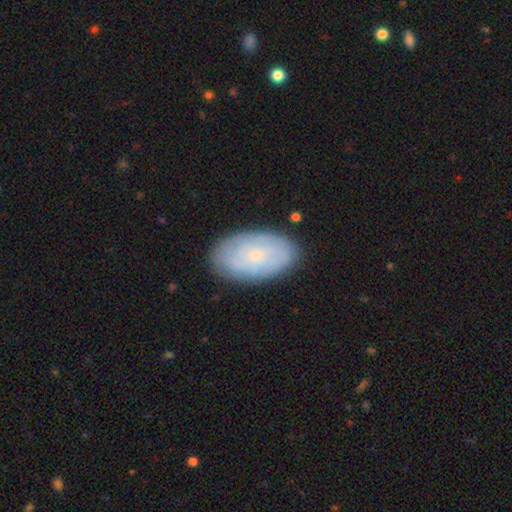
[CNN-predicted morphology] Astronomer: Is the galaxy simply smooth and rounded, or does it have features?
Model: featured or disk — 47% (runner-up: smooth, 46%).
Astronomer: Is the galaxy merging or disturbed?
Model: none — 82%.